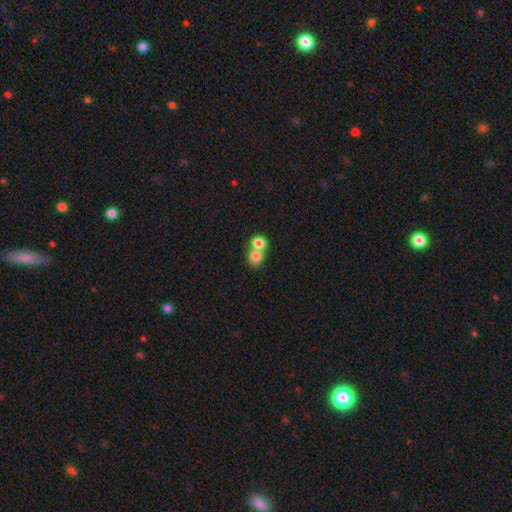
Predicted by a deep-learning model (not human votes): smooth_or_featured: smooth (p=0.79) [alt: featured or disk p=0.11]
how_rounded: round (p=0.76) [alt: in between p=0.23]
merging: merger (p=0.60) [alt: none p=0.32]